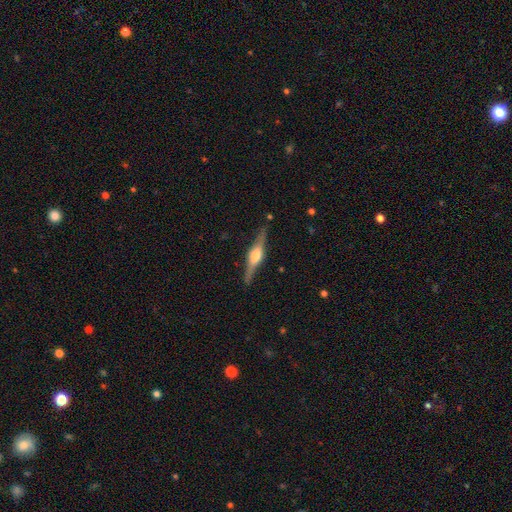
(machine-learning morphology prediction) This appears to be a featured or disk galaxy (80%) viewed edge-on (97%) with a rounded central bulge (85%). Merging: none (87%).